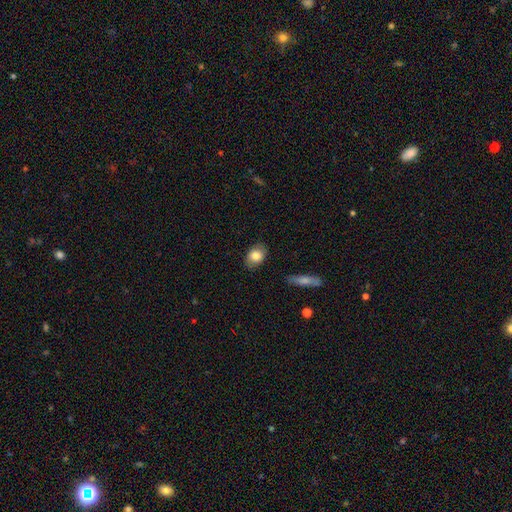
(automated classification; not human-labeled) smooth-or-featured: smooth: 78% | featured or disk: 15% | star or artifact: 7%
  how-rounded: in between: 77% | round: 22% | cigar-shaped: 2%
  merging: none: 83% | minor disturbance: 13% | major disturbance: 3% | merger: 1%